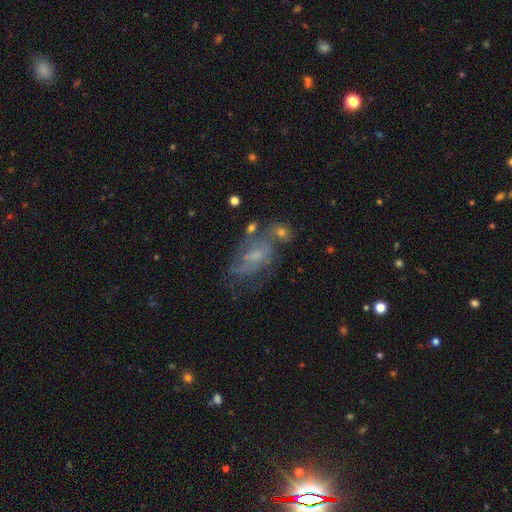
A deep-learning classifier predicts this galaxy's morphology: smooth_or_featured: featured or disk (p=0.59) [alt: smooth p=0.26]
disk_edge_on: no (p=0.93) [alt: yes p=0.07]
bar: no (p=0.54) [alt: weak p=0.38]
has_spiral_arms: yes (p=0.71) [alt: no p=0.29]
bulge_size: small (p=0.47) [alt: moderate p=0.29]
merging: none (p=0.49) [alt: minor disturbance p=0.21]